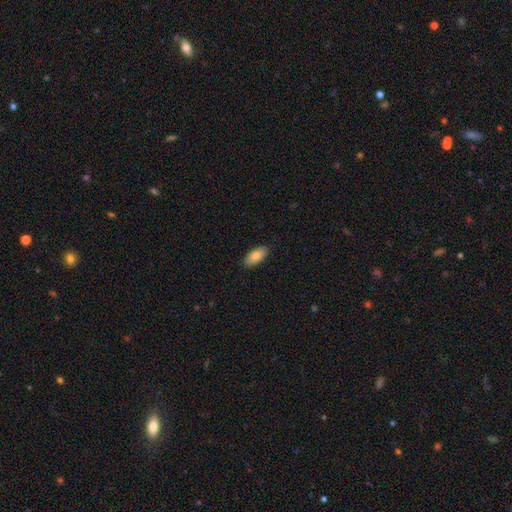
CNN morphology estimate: A smooth galaxy with no disk features (82%) that is in between round and cigar-shaped (92%).

Vote fractions:
- Smooth or featured? smooth: 82% / featured or disk: 12% / star or artifact: 6%
- How rounded? in between: 92% / cigar-shaped: 6% / round: 2%
- Merging? none: 89% / minor disturbance: 8% / major disturbance: 2% / merger: 1%